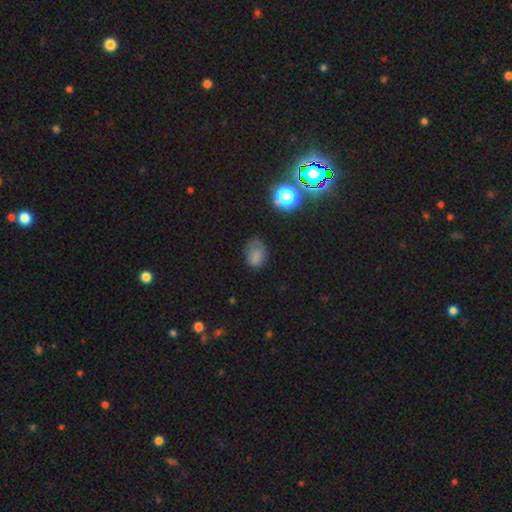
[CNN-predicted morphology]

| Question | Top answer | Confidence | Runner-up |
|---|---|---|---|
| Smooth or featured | smooth | 73% | star or artifact (16%) |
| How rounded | in between | 69% | round (30%) |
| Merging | none | 55% | minor disturbance (30%) |